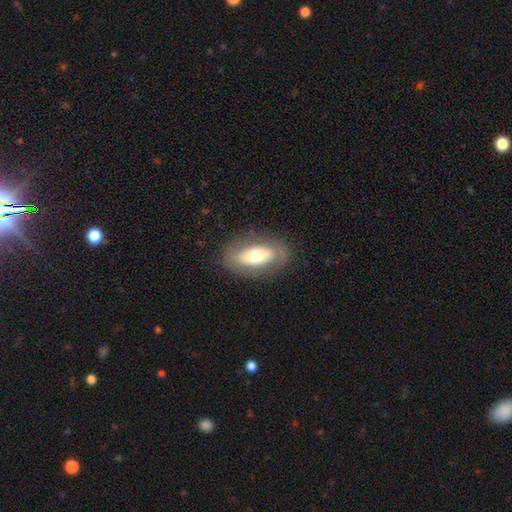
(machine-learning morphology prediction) smooth 56%, featured or disk 37%, star or artifact 7%. Down the decision tree: how rounded — in between (88%); merging — none (82%).